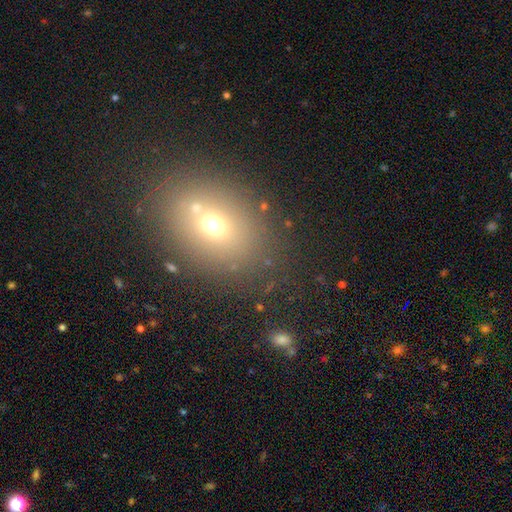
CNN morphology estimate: Q: Smooth or featured?
A: smooth (58%); runner-up: star or artifact (24%)
Q: How rounded?
A: in between (65%); runner-up: round (33%)
Q: Merging?
A: none (74%); runner-up: merger (12%)